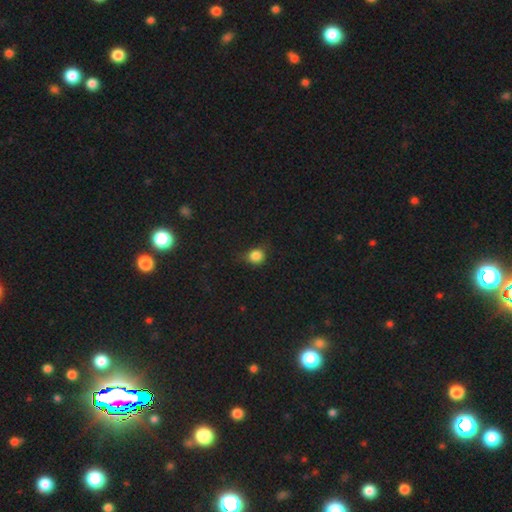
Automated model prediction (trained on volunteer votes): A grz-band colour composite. It shows a smooth galaxy with no disk features (83%) that is round (78%). Merging: none (67%).